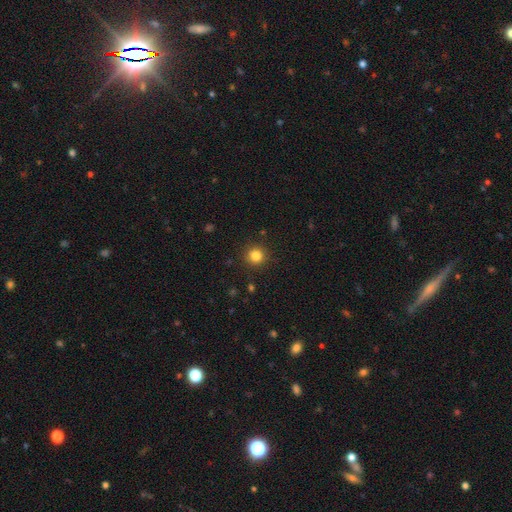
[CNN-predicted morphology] smooth 83%, star or artifact 12%, featured or disk 5%. Down the decision tree: how rounded — round (95%); merging — none (91%).